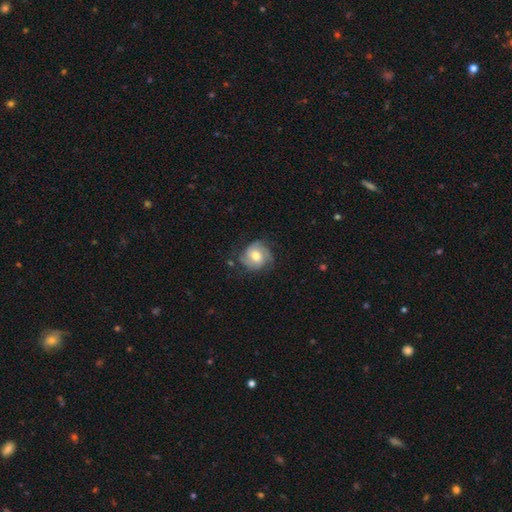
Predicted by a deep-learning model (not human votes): featured or disk 61%, smooth 32%, star or artifact 7%. Down the decision tree: edge-on disk — no (97%); bar — no (58%); spiral arms — yes (88%); spiral arm count — 2 (34%); spiral winding — tight (48%); bulge size — moderate (69%); merging — none (65%).